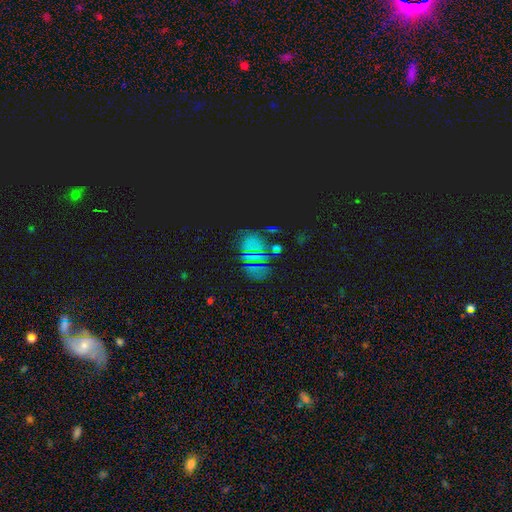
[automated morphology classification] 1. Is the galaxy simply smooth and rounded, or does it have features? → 56% star or artifact, 30% smooth, 14% featured or disk.